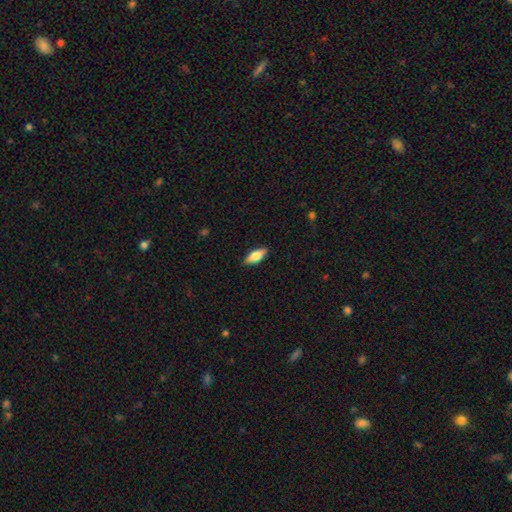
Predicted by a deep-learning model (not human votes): Smooth or featured?
  - smooth: 73% *
  - featured or disk: 21%
  - star or artifact: 6%
How rounded?
  - in between: 75% *
  - cigar-shaped: 23%
  - round: 2%
Merging?
  - none: 88% *
  - minor disturbance: 9%
  - major disturbance: 2%
  - merger: 1%